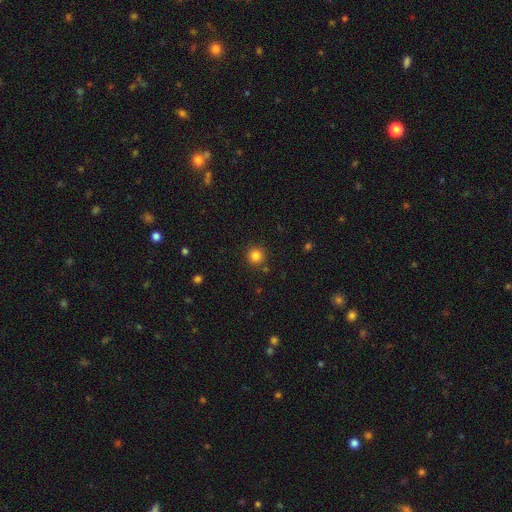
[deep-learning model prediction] This appears to be a smooth galaxy with no disk features (83%) that is round (95%). Merging: none (89%).